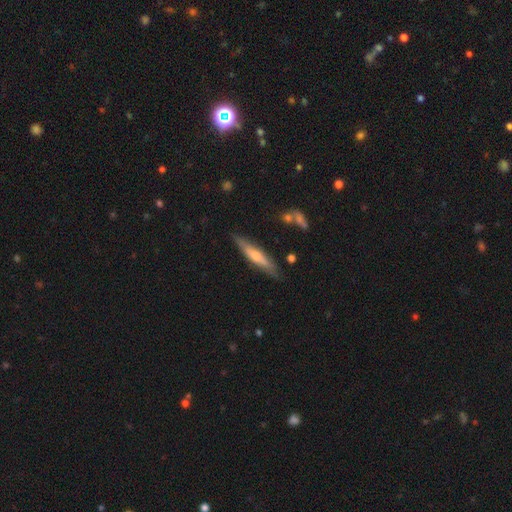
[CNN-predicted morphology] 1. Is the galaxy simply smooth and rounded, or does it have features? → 52% featured or disk, 42% smooth, 6% star or artifact.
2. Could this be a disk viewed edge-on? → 90% yes, 10% no.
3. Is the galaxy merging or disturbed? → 82% none, 13% minor disturbance, 2% major disturbance, 2% merger.